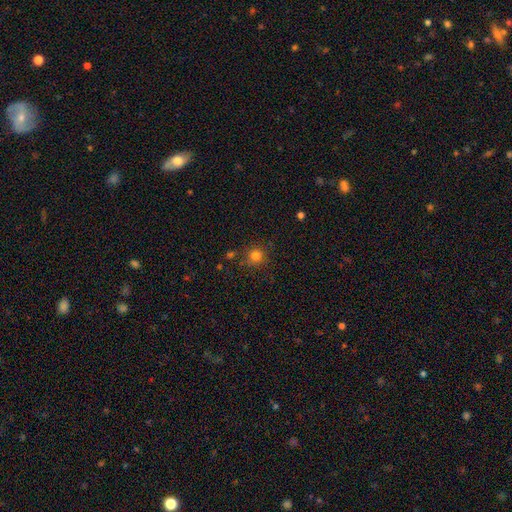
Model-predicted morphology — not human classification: This is likely a smooth galaxy (79%). How rounded: clearly round (92%). Merging: clearly none (83%).